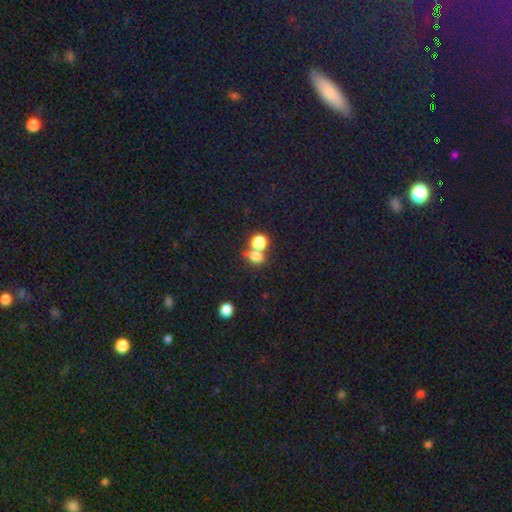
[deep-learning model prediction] Q: Smooth or featured?
A: smooth (76%); runner-up: star or artifact (15%)
Q: How rounded?
A: round (53%); runner-up: in between (45%)
Q: Merging?
A: merger (50%); runner-up: none (38%)